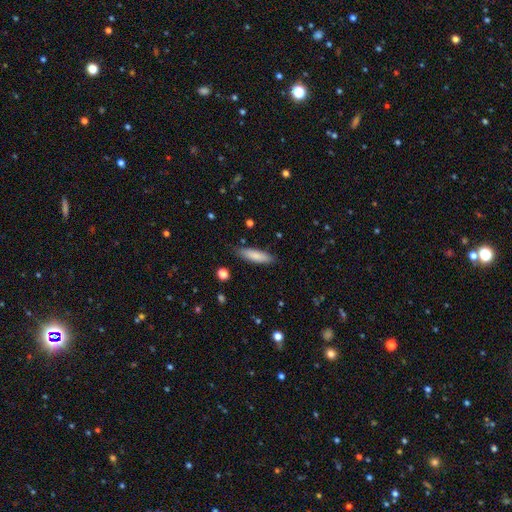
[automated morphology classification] A smooth galaxy with no disk features (82%) that is cigar-shaped (66%). Merging: none (85%).